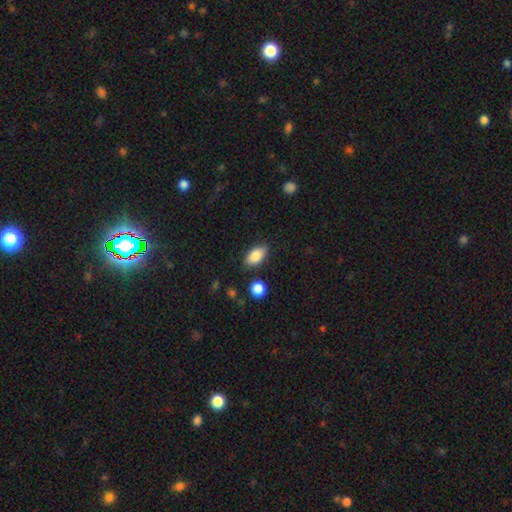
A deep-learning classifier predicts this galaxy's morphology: smooth 84%, featured or disk 8%, star or artifact 8%. Down the decision tree: how rounded — in between (89%); merging — none (82%).